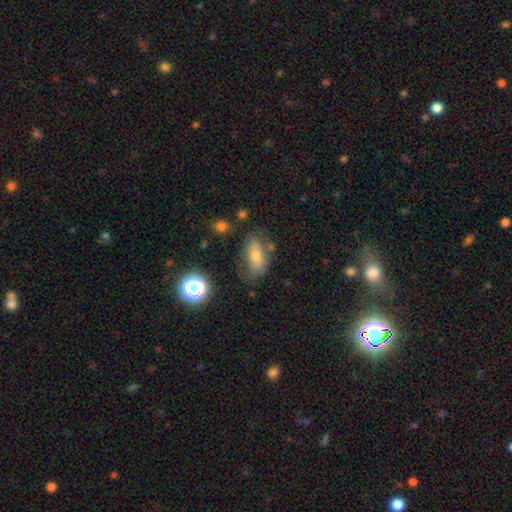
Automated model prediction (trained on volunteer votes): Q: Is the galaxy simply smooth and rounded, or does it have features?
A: smooth — 60%.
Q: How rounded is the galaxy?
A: in between — 81%.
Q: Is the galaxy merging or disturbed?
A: none — 59%.